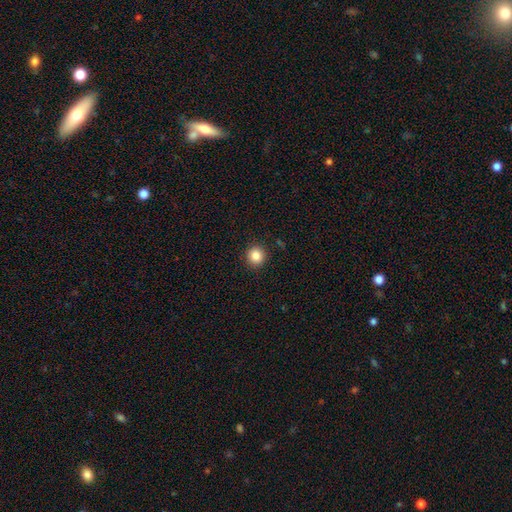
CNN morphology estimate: type=smooth (86%); roundness=round (94%); merging=none (92%).